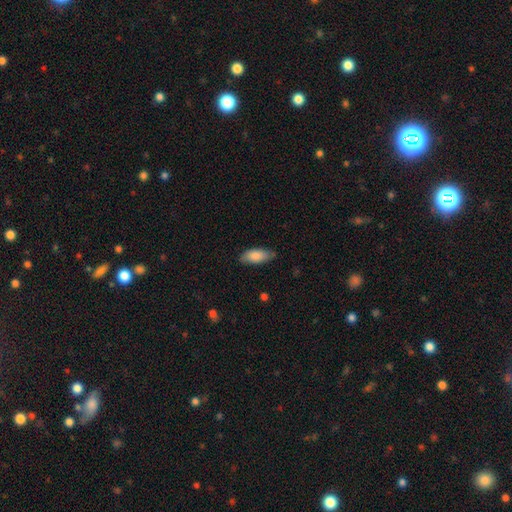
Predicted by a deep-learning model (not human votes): Smooth or featured: smooth — 84% (featured or disk — 10%)
How rounded: in between — 83% (cigar-shaped — 15%)
Merging: none — 79% (minor disturbance — 17%)